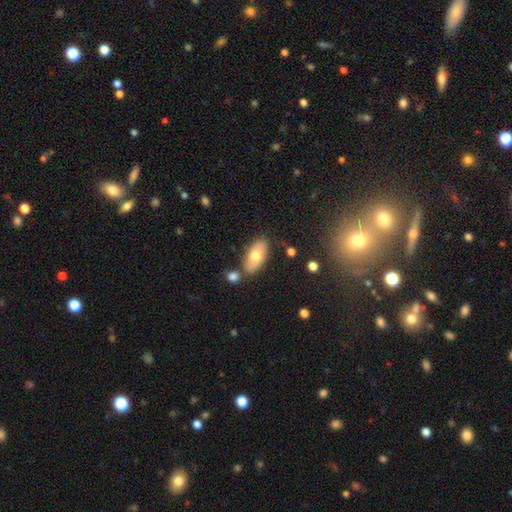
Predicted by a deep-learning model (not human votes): Q: Smooth or featured?
A: smooth (71%); runner-up: featured or disk (23%)
Q: How rounded?
A: in between (91%); runner-up: cigar-shaped (6%)
Q: Merging?
A: none (74%); runner-up: minor disturbance (13%)